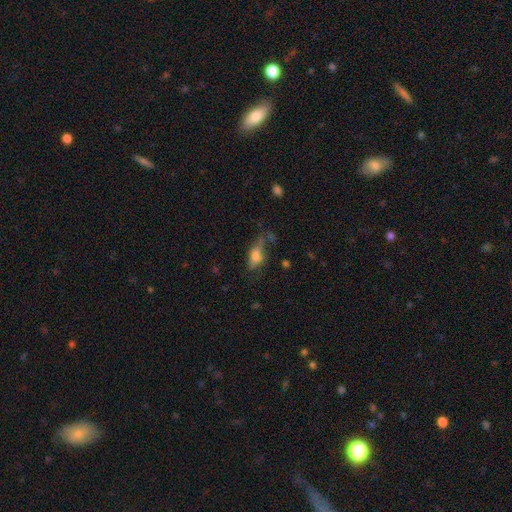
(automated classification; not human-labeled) The model was most divided on "merging": none: 44%, minor disturbance: 30%, major disturbance: 20%, merger: 6%. More confident: how rounded — in between (73%); smooth or featured — smooth (63%).